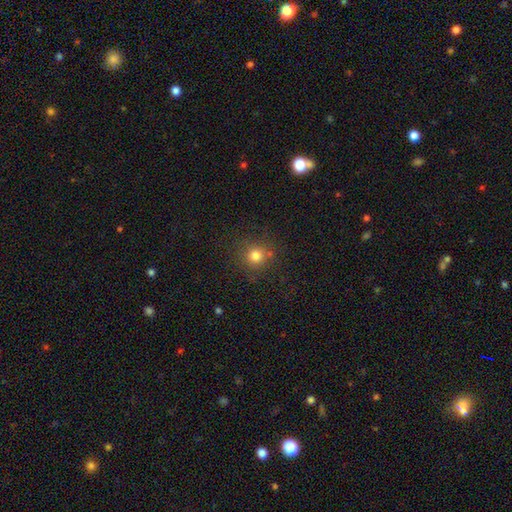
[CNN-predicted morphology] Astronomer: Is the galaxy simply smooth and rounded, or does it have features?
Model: smooth — 79%.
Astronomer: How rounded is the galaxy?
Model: round — 92%.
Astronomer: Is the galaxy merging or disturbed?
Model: none — 81%.